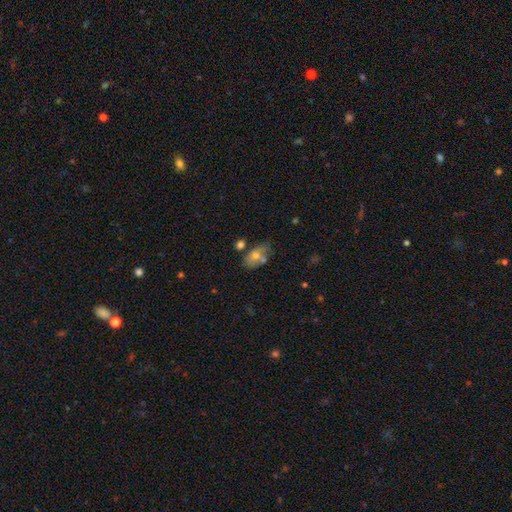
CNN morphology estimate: Smooth or featured: smooth — 59% (featured or disk — 29%)
How rounded: in between — 86% (round — 11%)
Merging: none — 50% (minor disturbance — 22%)